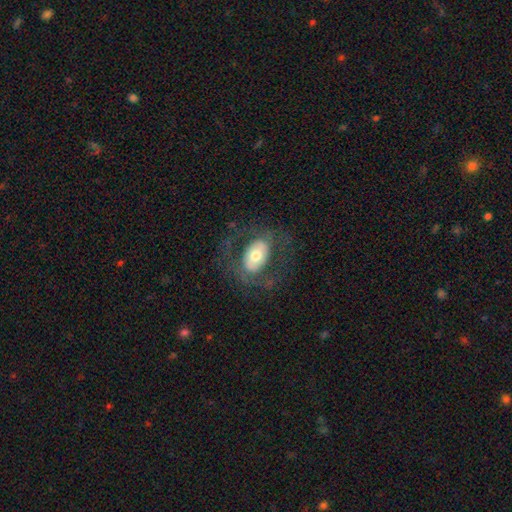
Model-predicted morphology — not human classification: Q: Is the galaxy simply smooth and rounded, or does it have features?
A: featured or disk — 47%.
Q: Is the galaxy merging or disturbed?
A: none — 67%.